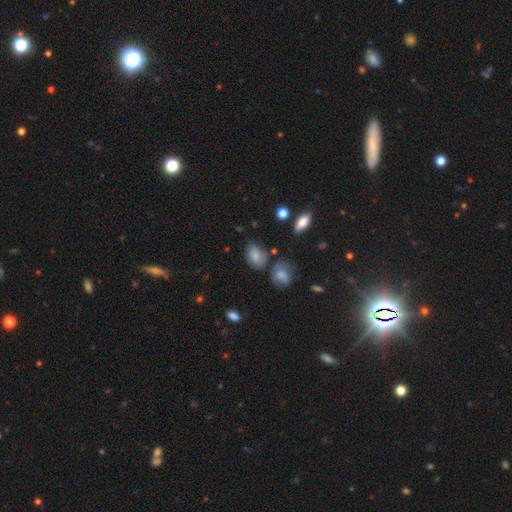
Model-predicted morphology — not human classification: Smooth or featured? smooth (77%)
How rounded? in between (81%)
Merging? none (60%)